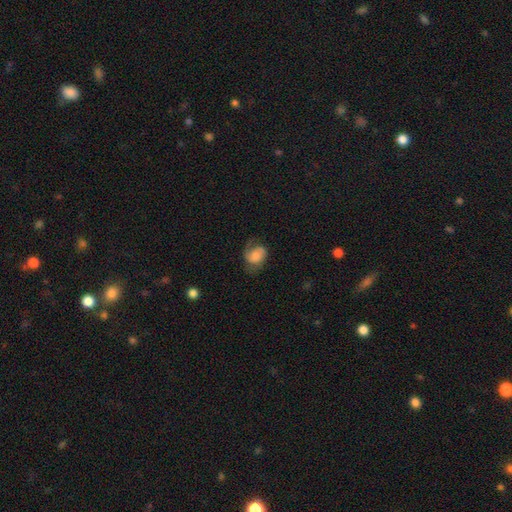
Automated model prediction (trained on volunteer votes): featured or disk 51%, smooth 40%, star or artifact 8%. Down the decision tree: edge-on disk — no (97%); merging — none (53%).